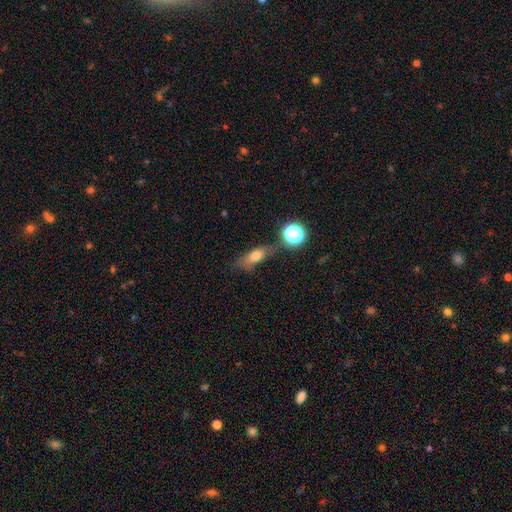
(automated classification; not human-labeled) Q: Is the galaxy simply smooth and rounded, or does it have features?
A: smooth — 66%.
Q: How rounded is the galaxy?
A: in between — 57%.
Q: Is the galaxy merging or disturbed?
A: none — 60%.